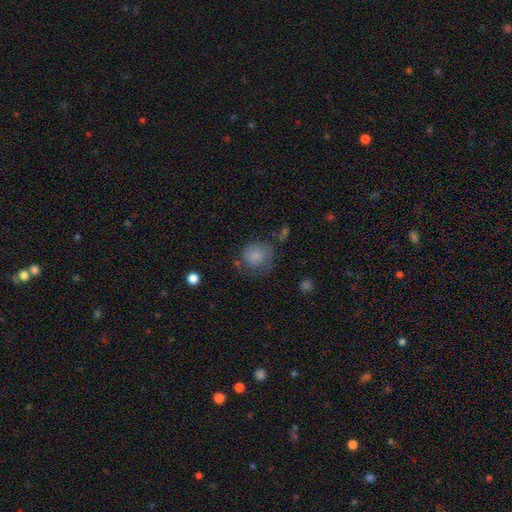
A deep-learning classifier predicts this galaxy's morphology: A smooth galaxy with no disk features (77%) that is round (77%).

Vote fractions:
- Smooth or featured? smooth: 77% / featured or disk: 15% / star or artifact: 9%
- How rounded? round: 77% / in between: 22% / cigar-shaped: 1%
- Merging? none: 51% / minor disturbance: 28% / major disturbance: 17% / merger: 4%